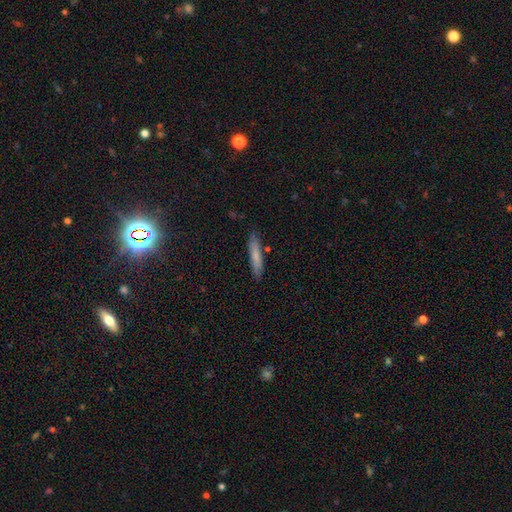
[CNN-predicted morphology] The model was most divided on "smooth or featured": smooth: 72%, featured or disk: 21%, star or artifact: 7%. More confident: how rounded — cigar-shaped (89%); merging — none (85%).